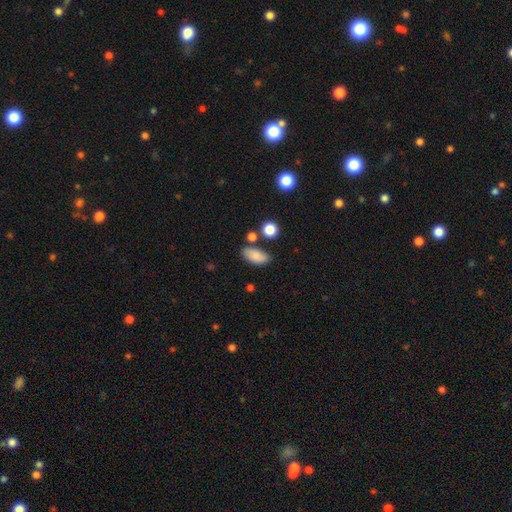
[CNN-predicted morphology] A smooth galaxy with no disk features (85%) that is in between round and cigar-shaped (90%). Merging: none (71%).